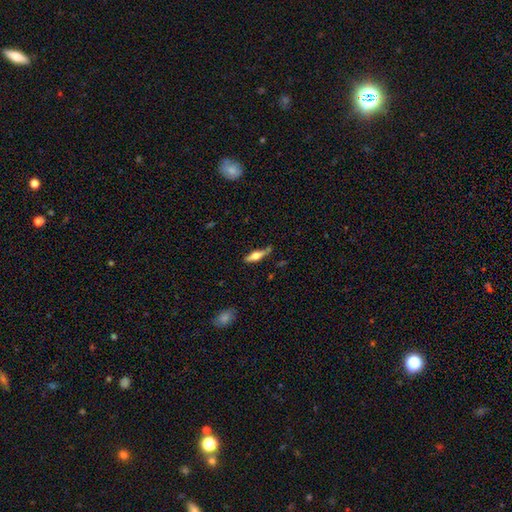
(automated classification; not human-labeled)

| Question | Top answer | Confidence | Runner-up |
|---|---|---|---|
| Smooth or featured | featured or disk | 49% | smooth (45%) |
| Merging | none | 71% | minor disturbance (20%) |